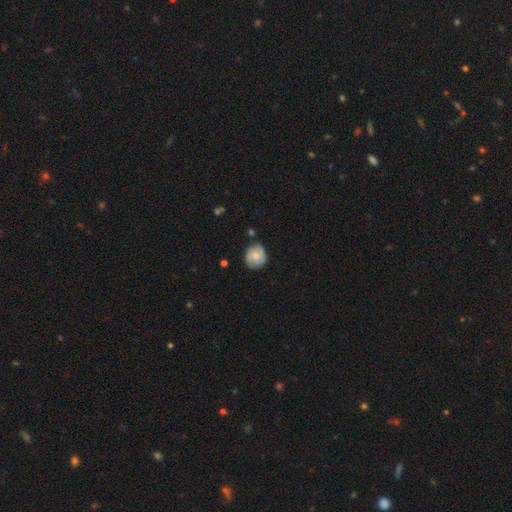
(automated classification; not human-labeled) smooth_or_featured: smooth (p=0.52) [alt: featured or disk p=0.41]
how_rounded: round (p=0.80) [alt: in between p=0.19]
merging: none (p=0.73) [alt: minor disturbance p=0.21]